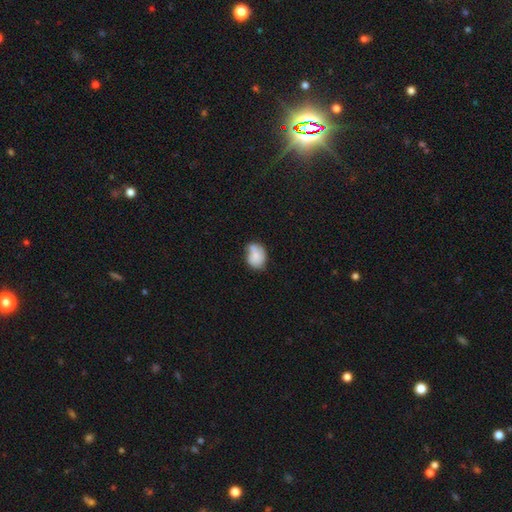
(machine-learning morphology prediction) smooth-or-featured: smooth: 70% | featured or disk: 21% | star or artifact: 8%
  how-rounded: in between: 61% | round: 38% | cigar-shaped: 1%
  merging: none: 40% | minor disturbance: 32% | merger: 17% | major disturbance: 11%